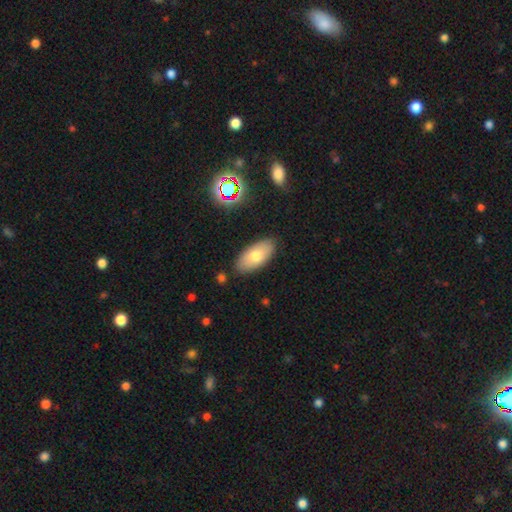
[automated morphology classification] Overall: smooth (72%). How rounded: in between (92%). Merging: none (85%).